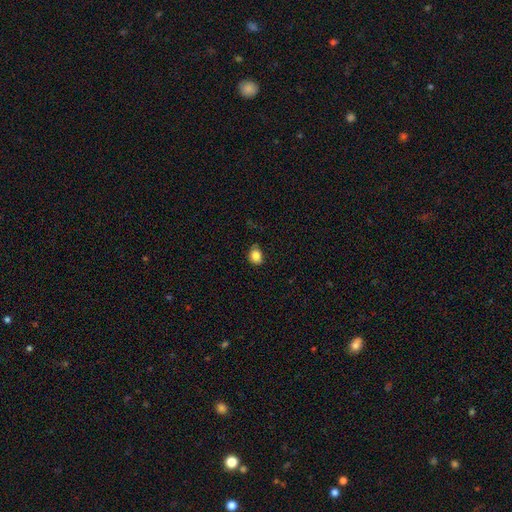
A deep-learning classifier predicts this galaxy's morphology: smooth_or_featured: smooth (p=0.86) [alt: star or artifact p=0.10]
how_rounded: round (p=0.53) [alt: in between p=0.46]
merging: none (p=0.72) [alt: minor disturbance p=0.22]